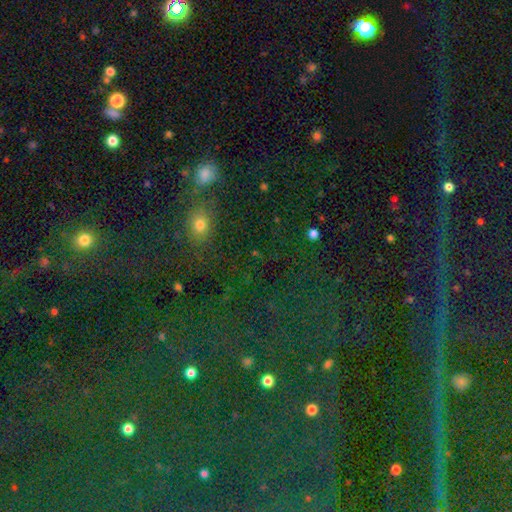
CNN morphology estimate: The model was most divided on "smooth or featured": star or artifact: 51%, smooth: 40%, featured or disk: 9%.